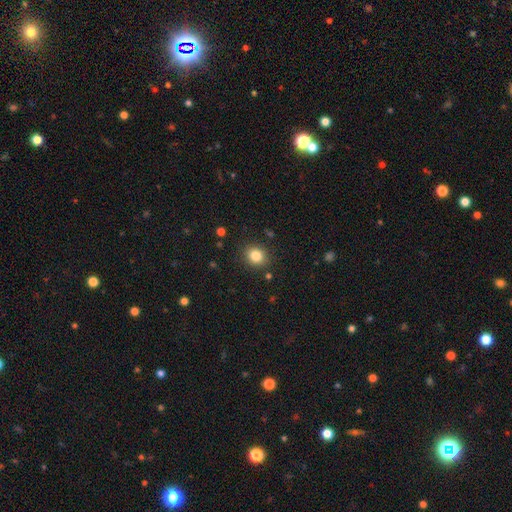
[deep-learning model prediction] Overall: smooth (83%). How rounded: round (72%). Merging: none (88%).